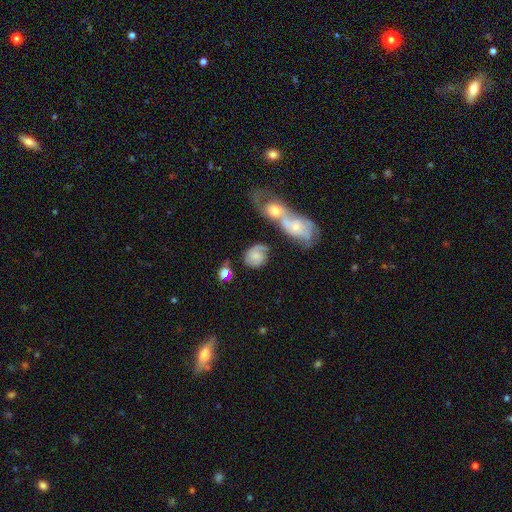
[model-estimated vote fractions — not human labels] A featured or disk galaxy (54%) with no bar (70%), spiral arms (87%) and a small central bulge (47%).

Vote fractions:
- Smooth or featured? featured or disk: 54% / smooth: 37% / star or artifact: 9%
- Edge-on disk? no: 96% / yes: 4%
- Bar? no: 70% / weak: 26% / strong: 4%
- Spiral arms? yes: 87% / no: 13%
- Bulge size? small: 47% / moderate: 30% / none: 18% / large: 4% / dominant: 2%
- Merging? none: 51% / minor disturbance: 20% / merger: 16% / major disturbance: 12%